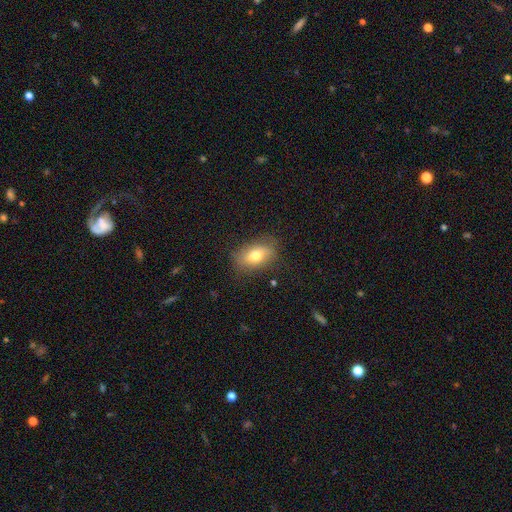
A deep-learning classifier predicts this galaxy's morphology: Q: Smooth or featured?
A: smooth (72%); runner-up: featured or disk (19%)
Q: How rounded?
A: in between (84%); runner-up: round (12%)
Q: Merging?
A: none (80%); runner-up: minor disturbance (15%)